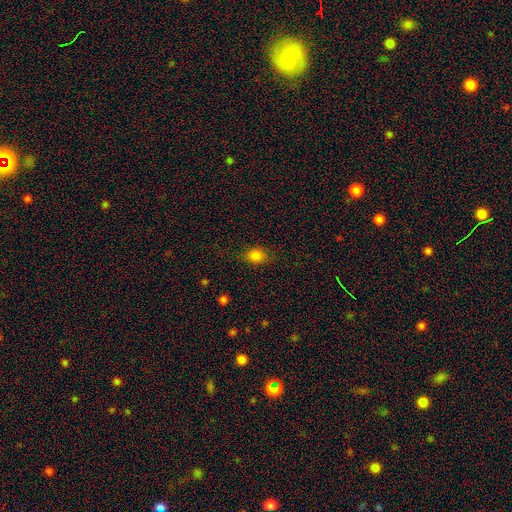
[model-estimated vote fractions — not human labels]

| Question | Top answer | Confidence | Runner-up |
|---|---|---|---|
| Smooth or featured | smooth | 83% | star or artifact (12%) |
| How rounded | round | 50% | in between (48%) |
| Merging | none | 80% | minor disturbance (15%) |